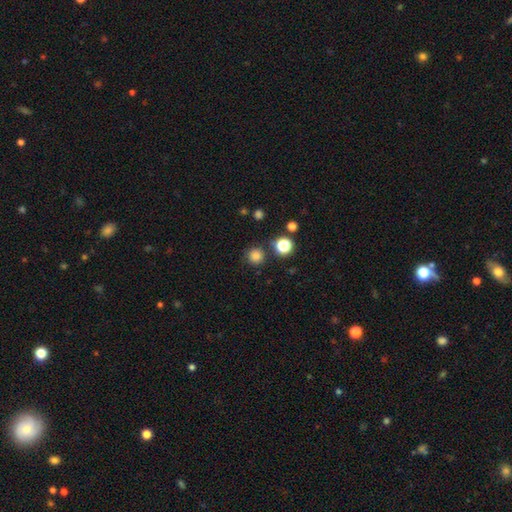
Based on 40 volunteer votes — This appears to be a smooth galaxy with no disk features (98%) that is round (100%). Merging: none (77%).